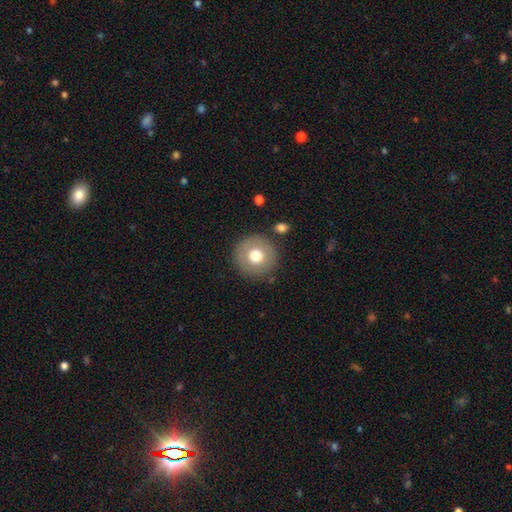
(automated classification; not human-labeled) The model was most divided on "smooth or featured": smooth: 69%, featured or disk: 22%, star or artifact: 9%. More confident: how rounded — round (96%); merging — none (87%).